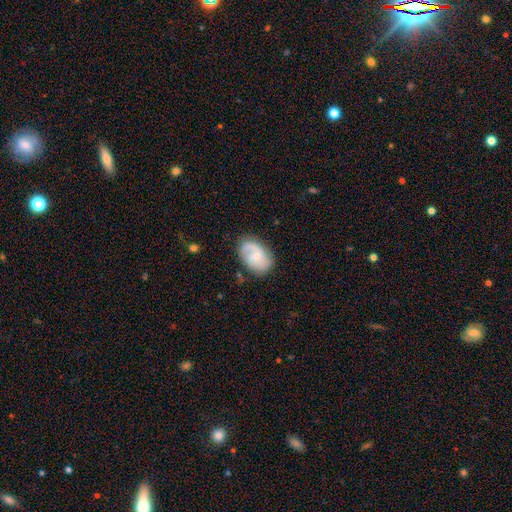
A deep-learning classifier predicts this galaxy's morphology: Overall: featured or disk (63%; smooth 31%). Edge-on disk: no (97%). Bar: no (67%; weak 29%). Spiral arms: yes (90%). Spiral arm count: 2 (60%). Spiral winding: medium (44%; tight 33%). Bulge size: small (60%; moderate 33%). Merging: none (72%).